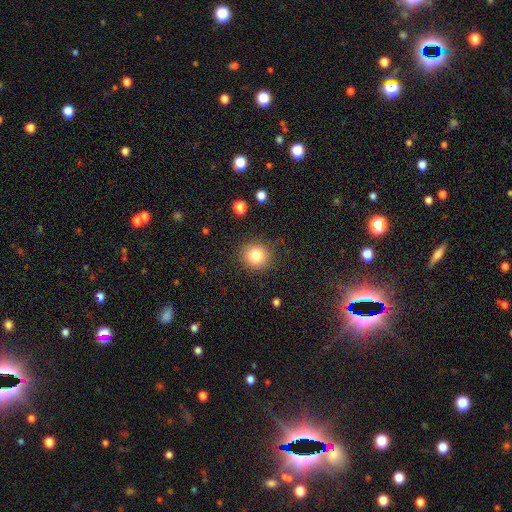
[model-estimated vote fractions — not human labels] smooth_or_featured: smooth (p=0.81) [alt: star or artifact p=0.11]
how_rounded: round (p=0.89) [alt: in between p=0.10]
merging: none (p=0.85) [alt: minor disturbance p=0.10]